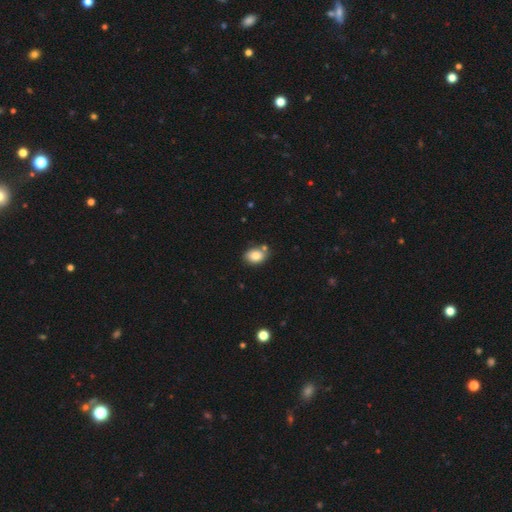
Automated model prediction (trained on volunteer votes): Morphology: type=smooth (85%); roundness=in between (79%); merging=none (69%).